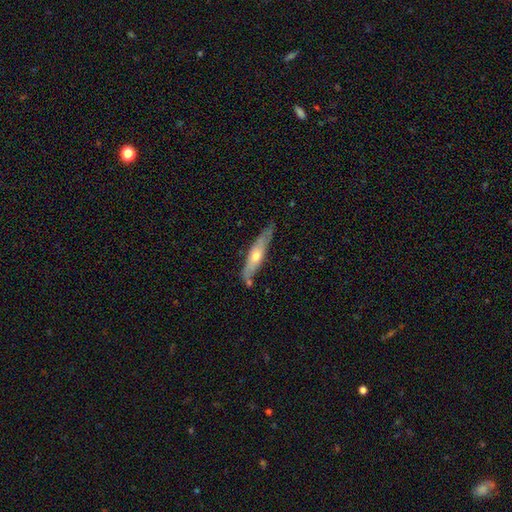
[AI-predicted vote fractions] Smooth or featured? Predicted: featured or disk (p=0.57). Edge-on disk? Predicted: yes (p=0.77). Merging? Predicted: none (p=0.73).